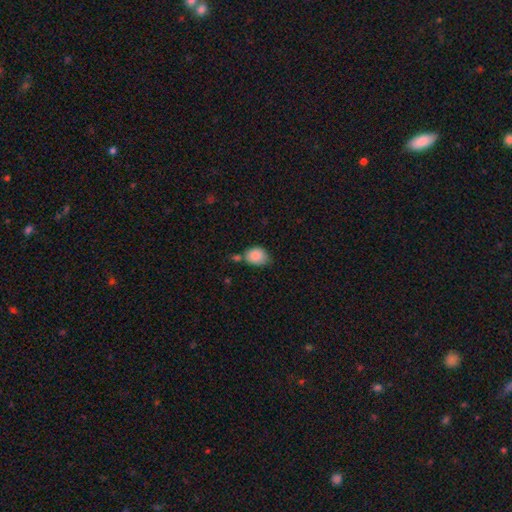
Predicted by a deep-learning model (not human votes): A smooth galaxy with no disk features (88%) that is in between round and cigar-shaped (58%). Merging: none (48%).